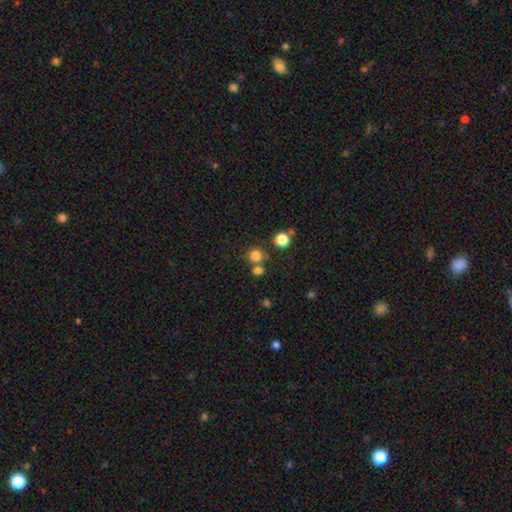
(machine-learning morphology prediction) Overall: smooth (79%). How rounded: round (89%). Merging: none (66%).